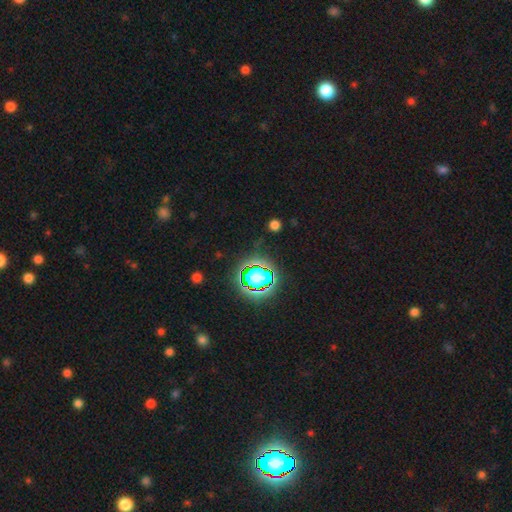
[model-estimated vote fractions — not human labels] Smooth or featured: star or artifact — 81% (smooth — 12%)